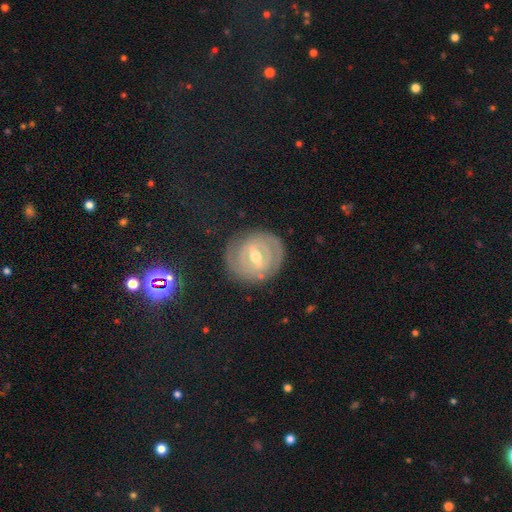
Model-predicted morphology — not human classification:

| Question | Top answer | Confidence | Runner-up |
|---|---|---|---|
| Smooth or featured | featured or disk | 81% | smooth (11%) |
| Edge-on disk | no | 95% | yes (5%) |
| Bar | weak | 47% | strong (38%) |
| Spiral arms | yes | 84% | no (16%) |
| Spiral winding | tight | 80% | medium (16%) |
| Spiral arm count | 2 | 50% | can't tell (30%) |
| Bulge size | moderate | 68% | small (27%) |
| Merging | none | 81% | minor disturbance (13%) |